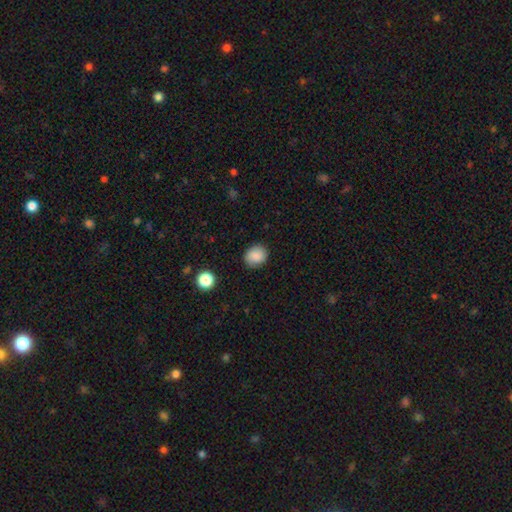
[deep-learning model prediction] Smooth or featured: smooth — 87% (star or artifact — 9%)
How rounded: round — 68% (in between — 32%)
Merging: none — 86% (minor disturbance — 10%)